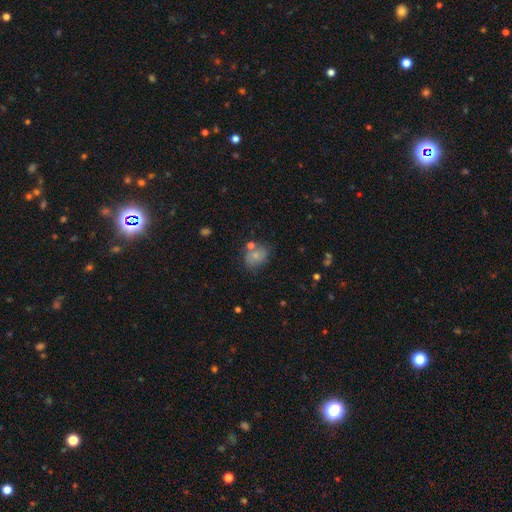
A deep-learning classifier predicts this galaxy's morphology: A smooth galaxy with no disk features (71%) that is in between round and cigar-shaped (53%). Merging: none (56%).